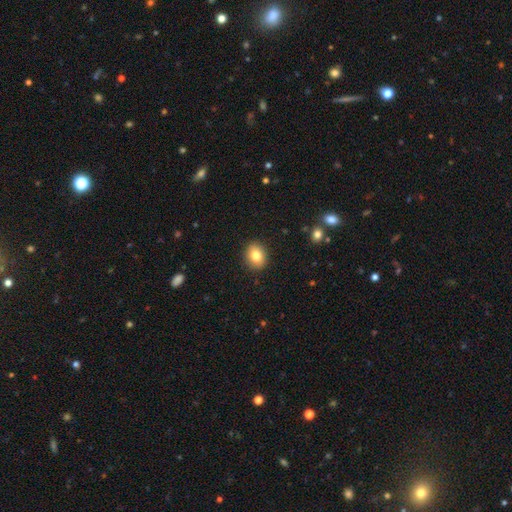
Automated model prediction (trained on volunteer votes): Smooth or featured? smooth (81%)
How rounded? round (54%)
Merging? none (90%)